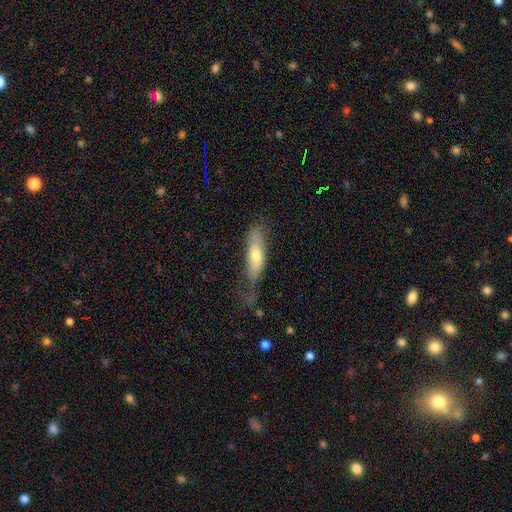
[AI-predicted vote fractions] Smooth or featured?
  - smooth: 59% *
  - featured or disk: 35%
  - star or artifact: 6%
How rounded?
  - cigar-shaped: 49% * (tied)
  - in between: 49% * (tied)
  - round: 2%
Merging?
  - none: 44% *
  - minor disturbance: 32%
  - major disturbance: 21%
  - merger: 3%